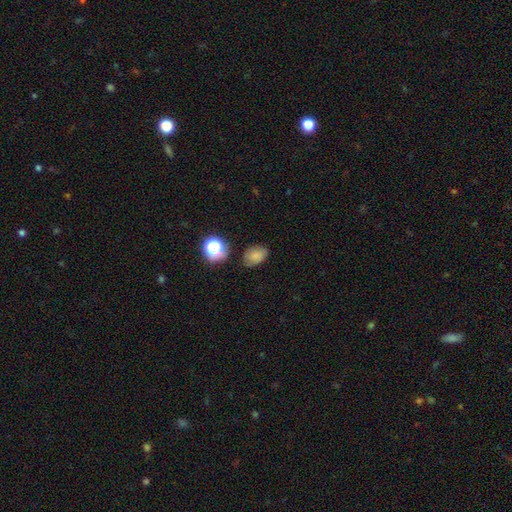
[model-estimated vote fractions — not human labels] smooth_or_featured: smooth (p=0.75) [alt: star or artifact p=0.15]
how_rounded: in between (p=0.75) [alt: round p=0.24]
merging: none (p=0.71) [alt: minor disturbance p=0.21]